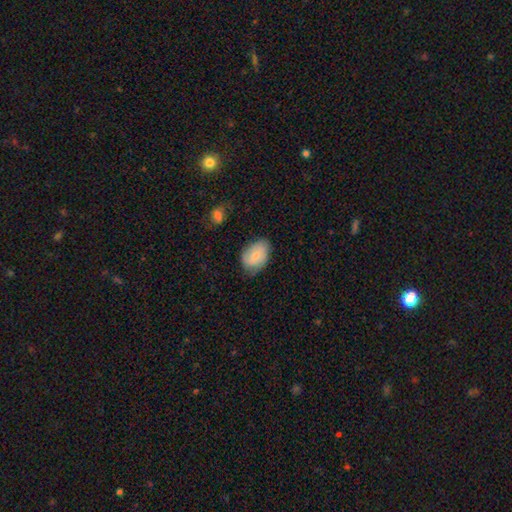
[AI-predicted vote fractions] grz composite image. It shows a smooth galaxy with no disk features (73%) that is in between round and cigar-shaped (84%). Merging: none (63%).